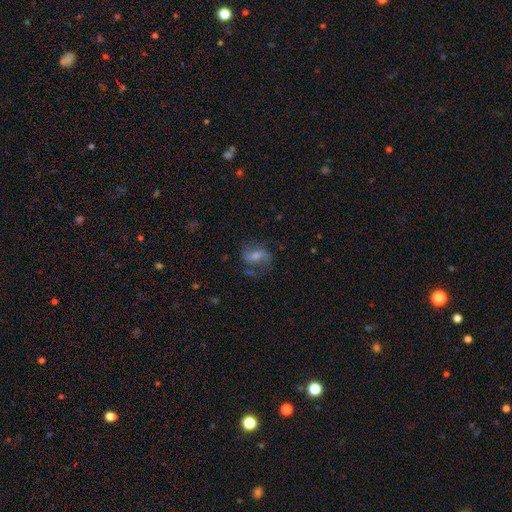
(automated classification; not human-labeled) Smooth or featured? featured or disk (56%)
Edge-on disk? no (96%)
Bar? weak (46%)
Spiral arms? yes (84%)
Bulge size? moderate (42%)
Merging? none (57%)